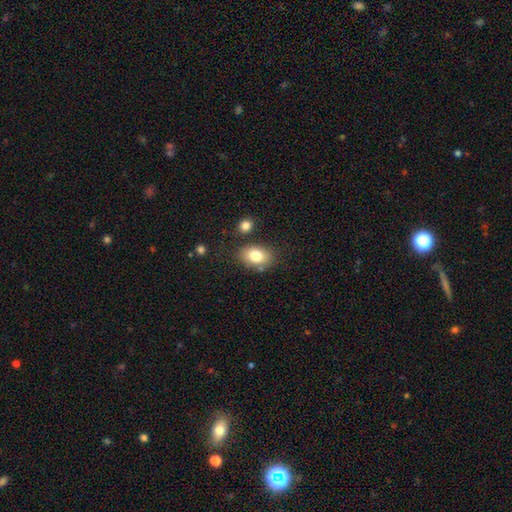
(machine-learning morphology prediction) Q: Smooth or featured?
A: smooth (80%); runner-up: featured or disk (12%)
Q: How rounded?
A: in between (80%); runner-up: round (18%)
Q: Merging?
A: none (75%); runner-up: minor disturbance (14%)